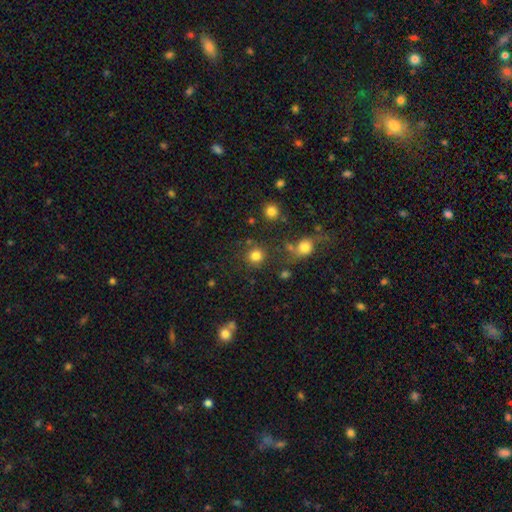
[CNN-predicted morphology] This appears to be a smooth galaxy with no disk features (81%) that is round (92%). Merging: none (81%).